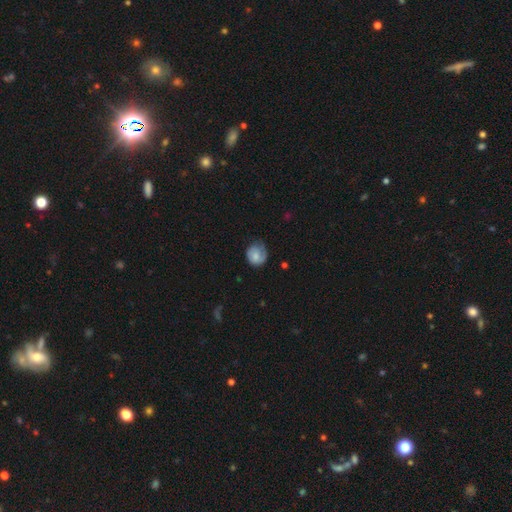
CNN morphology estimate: Smooth or featured?
  - smooth: 63% *
  - featured or disk: 30%
  - star or artifact: 7%
How rounded?
  - round: 75% *
  - in between: 24%
  - cigar-shaped: 1%
Merging?
  - none: 51% *
  - minor disturbance: 33%
  - major disturbance: 14%
  - merger: 1%